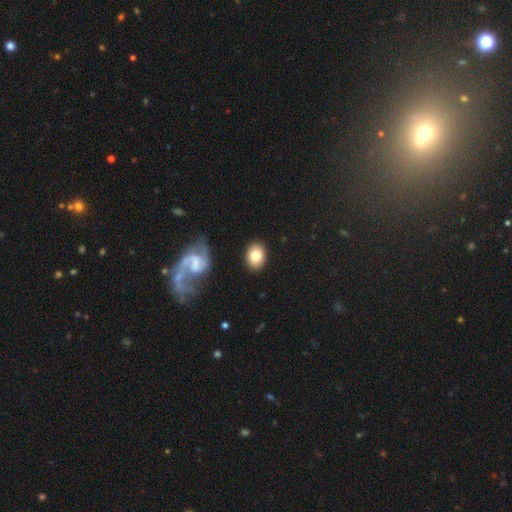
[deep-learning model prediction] Smooth or featured: smooth — 78% (featured or disk — 15%)
How rounded: in between — 56% (round — 43%)
Merging: none — 86% (minor disturbance — 9%)